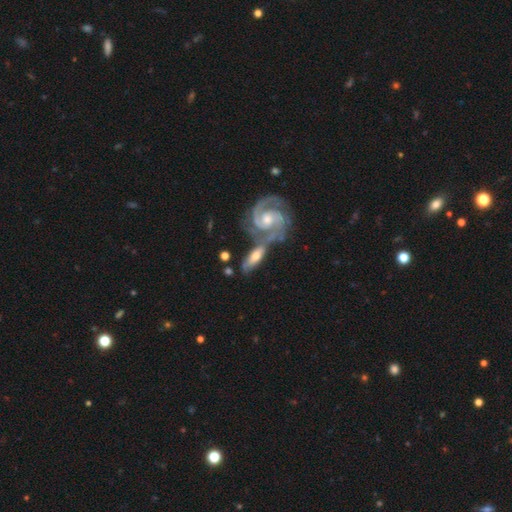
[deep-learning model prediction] A featured or disk galaxy (75%) with no bar (54%), 2 (82%) tight (53%) spiral arms (94%) and a moderate central bulge (55%). Merging: none (42%).